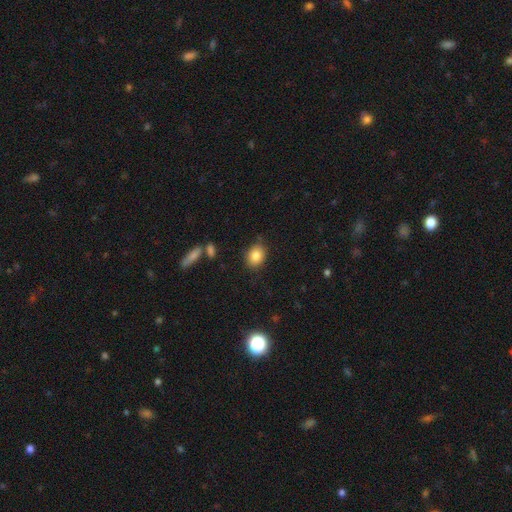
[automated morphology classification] Smooth or featured?
  - smooth: 83% *
  - star or artifact: 9%
  - featured or disk: 8%
How rounded?
  - in between: 52% *
  - round: 47%
  - cigar-shaped: 1%
Merging?
  - none: 84% *
  - minor disturbance: 11%
  - merger: 3%
  - major disturbance: 3%